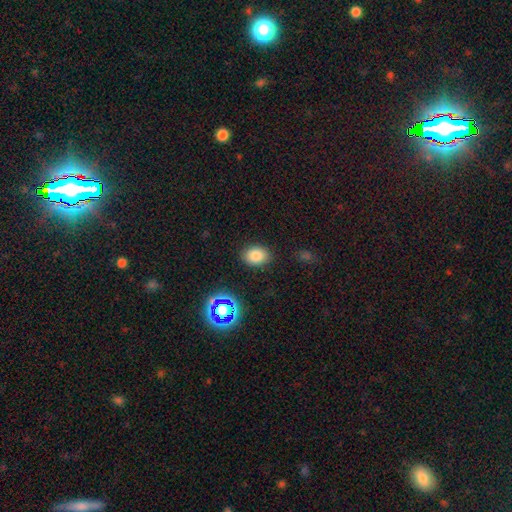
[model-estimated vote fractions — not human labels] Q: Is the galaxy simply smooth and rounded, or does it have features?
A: smooth — 80%.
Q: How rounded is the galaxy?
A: in between — 66%.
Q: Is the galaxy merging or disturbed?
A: none — 85%.